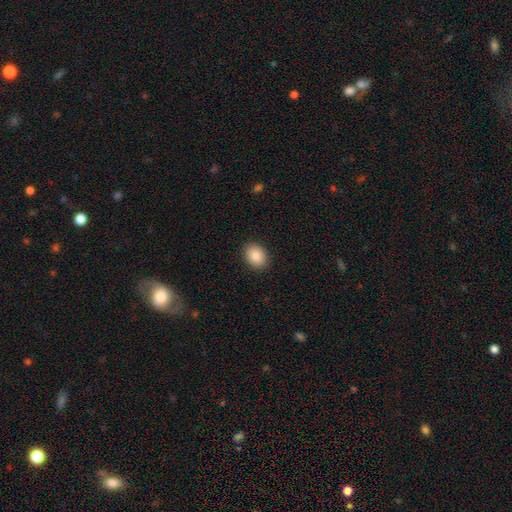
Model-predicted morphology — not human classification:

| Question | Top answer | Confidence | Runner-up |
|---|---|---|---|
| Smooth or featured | smooth | 89% | star or artifact (7%) |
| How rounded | in between | 63% | round (36%) |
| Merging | none | 90% | minor disturbance (7%) |